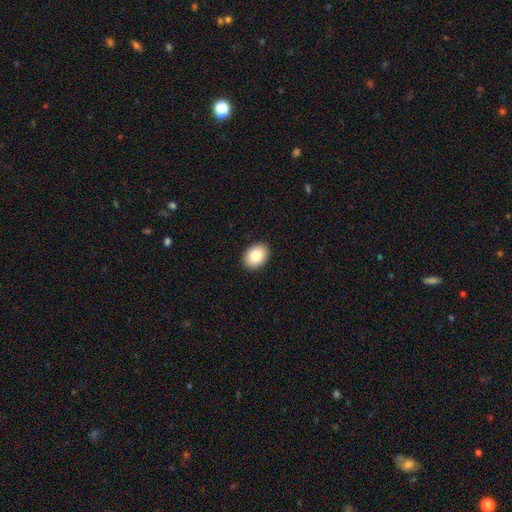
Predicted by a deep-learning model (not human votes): The model was most divided on "how rounded": in between: 73%, round: 26%, cigar-shaped: 1%. More confident: merging — none (91%); smooth or featured — smooth (83%).